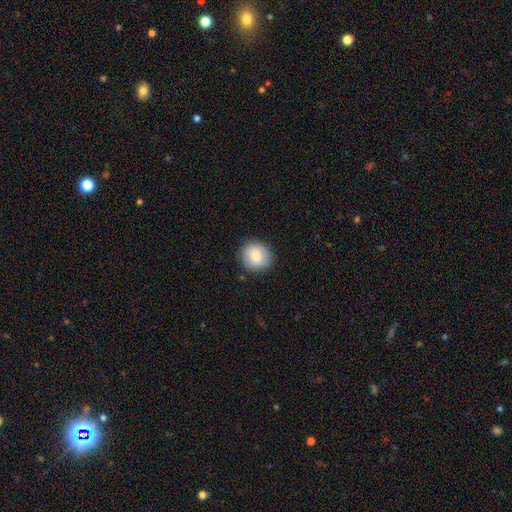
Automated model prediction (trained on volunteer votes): Smooth or featured: smooth — 83% (featured or disk — 9%)
How rounded: round — 87% (in between — 12%)
Merging: none — 87% (minor disturbance — 9%)